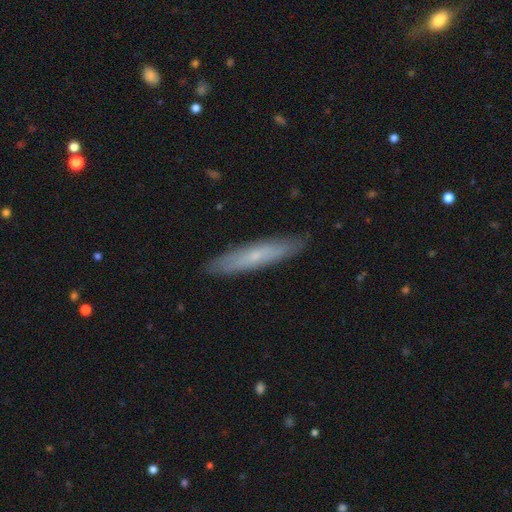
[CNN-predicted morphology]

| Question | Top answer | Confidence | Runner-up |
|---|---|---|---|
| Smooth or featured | smooth | 49% | featured or disk (44%) |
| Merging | none | 87% | minor disturbance (10%) |